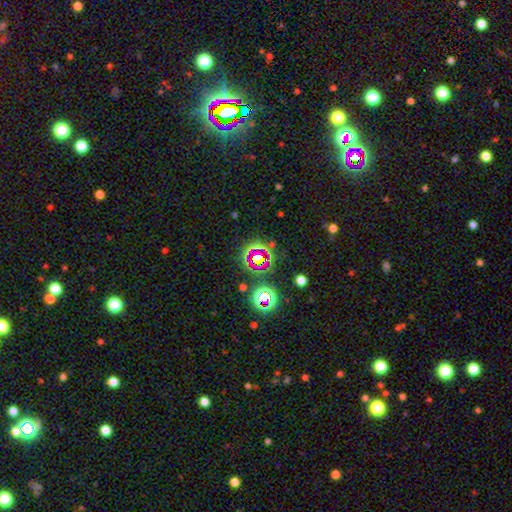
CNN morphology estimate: Smooth or featured? Predicted: star or artifact (p=0.65).